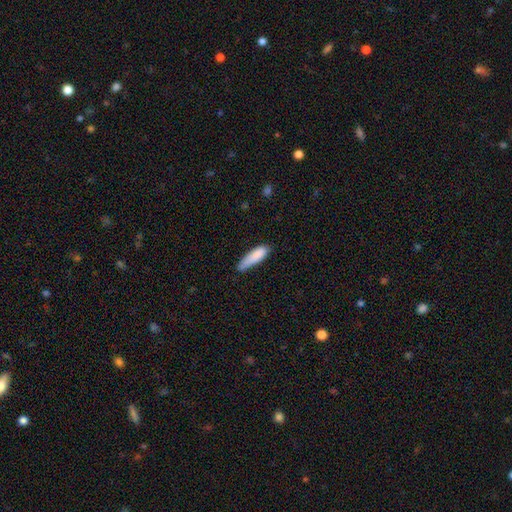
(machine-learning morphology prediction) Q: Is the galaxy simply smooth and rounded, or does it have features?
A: smooth — 85%.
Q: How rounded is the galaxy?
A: cigar-shaped — 65%.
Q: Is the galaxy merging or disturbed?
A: none — 52%.